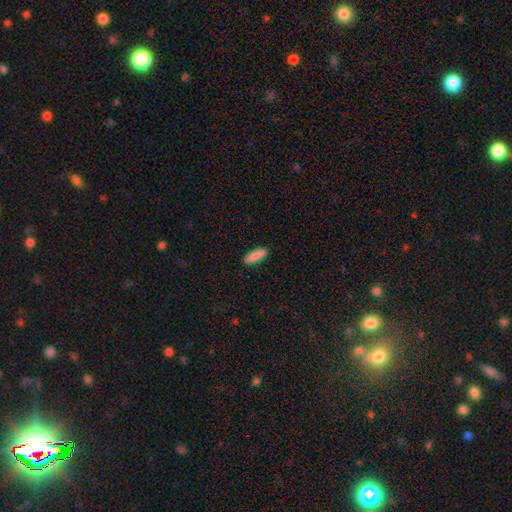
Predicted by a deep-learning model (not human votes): This is clearly a smooth galaxy (89%). How rounded: possibly in between (51%). Merging: clearly none (91%).